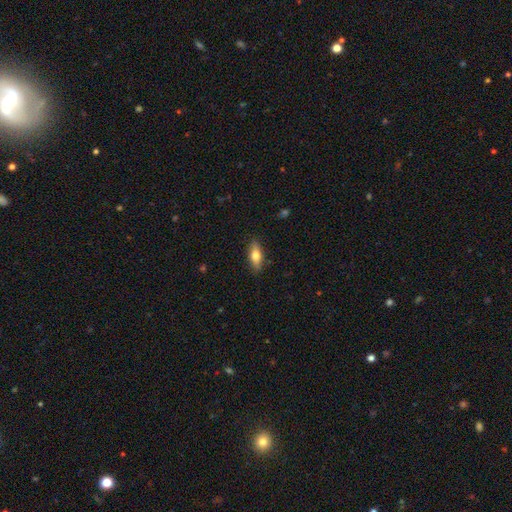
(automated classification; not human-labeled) smooth_or_featured: smooth (p=0.68) [alt: featured or disk p=0.26]
how_rounded: in between (p=0.71) [alt: cigar-shaped p=0.26]
merging: none (p=0.85) [alt: minor disturbance p=0.11]